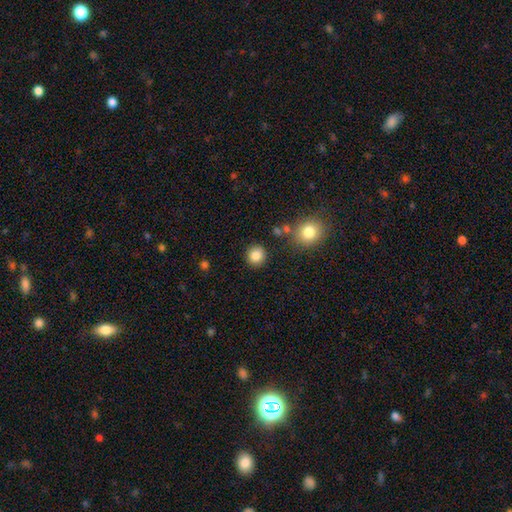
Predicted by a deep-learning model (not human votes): Smooth or featured? smooth (85%)
How rounded? round (91%)
Merging? none (88%)